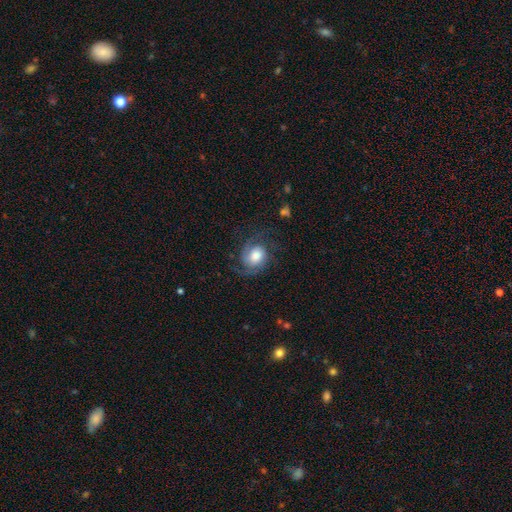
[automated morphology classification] type=featured or disk (64%); edge-on=no (97%); bar=no (72%); spiral arms=yes (93%); winding=medium (44%); arm count=2 (62%); bulge=large (41%); merging=none (62%).